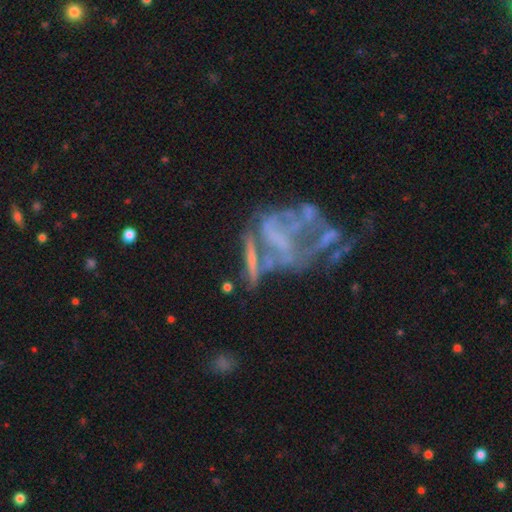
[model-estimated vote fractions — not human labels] Morphology: type=featured or disk (67%); edge-on=no (96%); bar=no (81%); spiral arms=no (80%); bulge=none (80%); merging=major disturbance (42%).